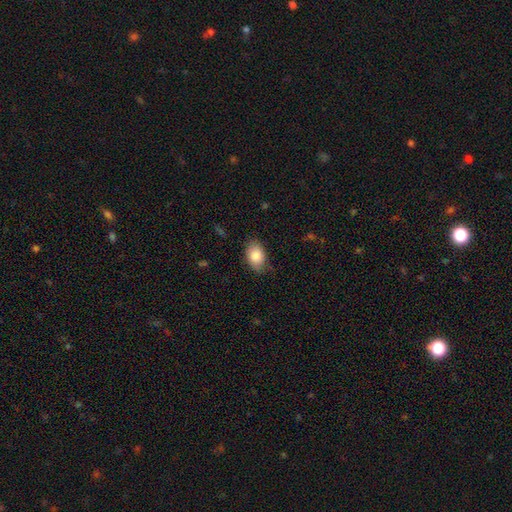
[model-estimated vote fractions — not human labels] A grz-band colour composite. It shows a smooth galaxy with no disk features (85%) that is in between round and cigar-shaped (86%). Merging: none (74%).